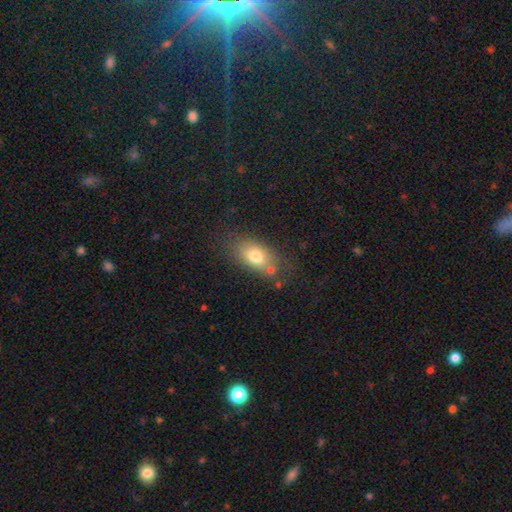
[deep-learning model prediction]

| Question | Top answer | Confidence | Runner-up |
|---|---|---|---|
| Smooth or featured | smooth | 74% | featured or disk (16%) |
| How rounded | in between | 86% | round (10%) |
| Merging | none | 69% | minor disturbance (17%) |